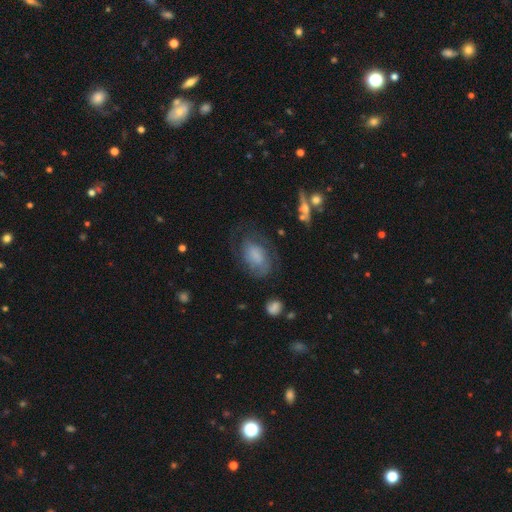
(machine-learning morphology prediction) A featured or disk galaxy (52%). Merging: none (55%).